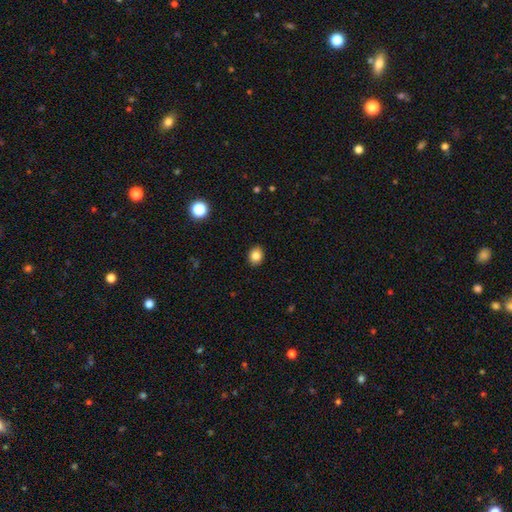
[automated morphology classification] Smooth or featured?
  - smooth: 84% *
  - star or artifact: 10%
  - featured or disk: 6%
How rounded?
  - round: 56% *
  - in between: 44%
  - cigar-shaped: 1%
Merging?
  - none: 90% *
  - minor disturbance: 7%
  - major disturbance: 2%
  - merger: 1%